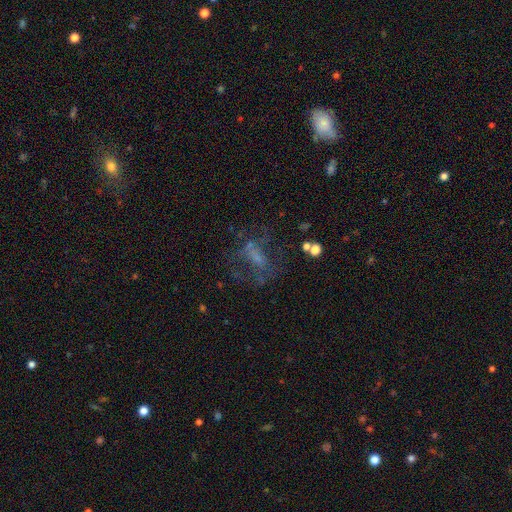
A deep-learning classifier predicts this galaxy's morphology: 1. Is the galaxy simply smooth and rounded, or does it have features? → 46% featured or disk, 31% smooth, 23% star or artifact.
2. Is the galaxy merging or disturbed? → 46% none, 32% major disturbance, 17% minor disturbance, 5% merger.